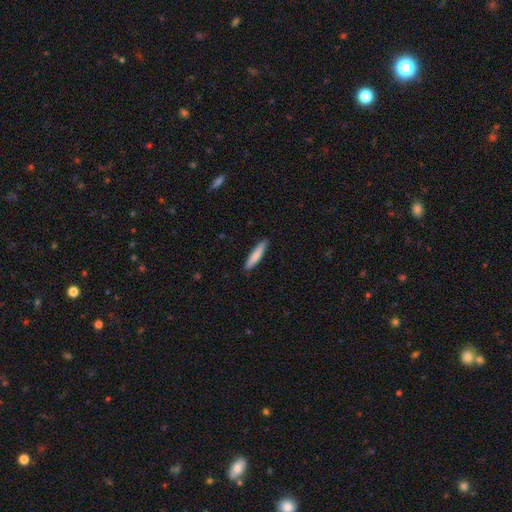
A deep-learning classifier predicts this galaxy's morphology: This is clearly a smooth galaxy (81%). How rounded: clearly cigar-shaped (89%). Merging: clearly none (90%).